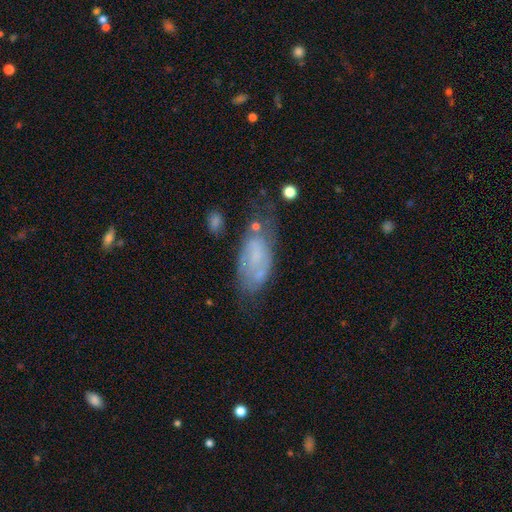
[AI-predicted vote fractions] Overall: featured or disk (53%; smooth 38%). Edge-on disk: no (91%). Merging: none (41%; minor disturbance 28%).